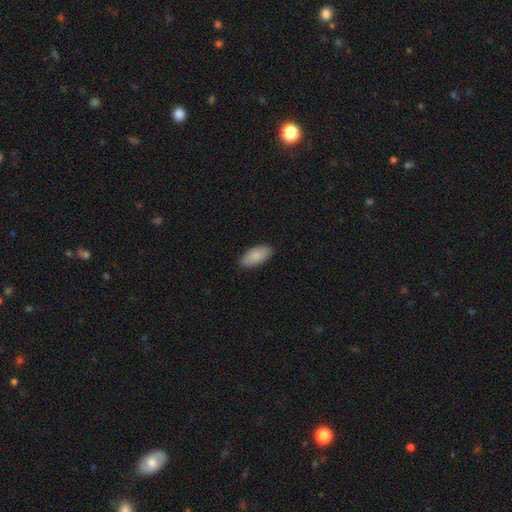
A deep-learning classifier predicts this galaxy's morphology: Smooth or featured? smooth (88%)
How rounded? in between (93%)
Merging? none (89%)